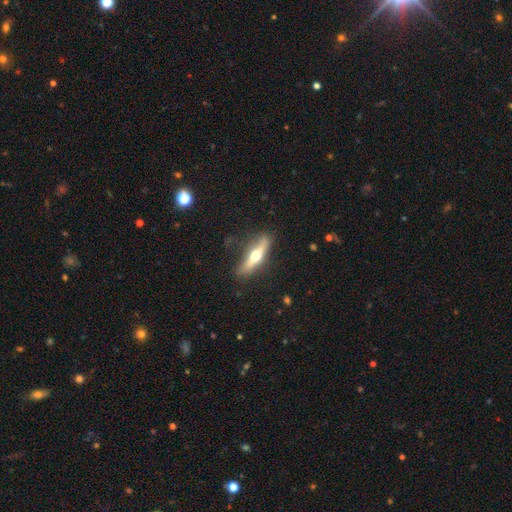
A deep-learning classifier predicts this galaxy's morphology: featured or disk 61%, smooth 33%, star or artifact 6%. Down the decision tree: edge-on disk — yes (92%); edge-on bulge — rounded (94%); merging — none (80%).